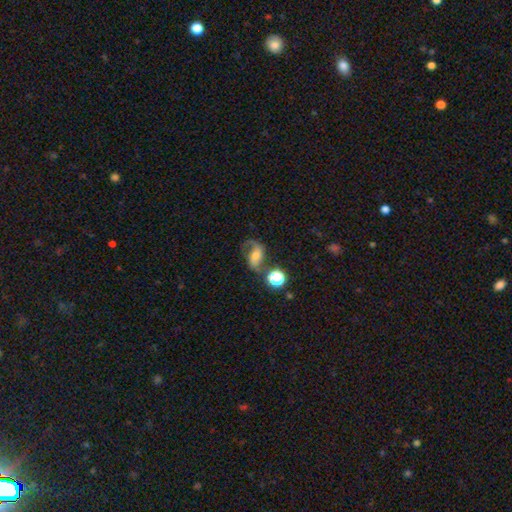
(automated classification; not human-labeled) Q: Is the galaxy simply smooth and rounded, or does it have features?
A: featured or disk — 72%.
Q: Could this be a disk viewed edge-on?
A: no — 97%.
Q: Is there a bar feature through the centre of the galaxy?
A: no — 40%.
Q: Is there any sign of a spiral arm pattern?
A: yes — 93%.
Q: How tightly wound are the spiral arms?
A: loose — 56%.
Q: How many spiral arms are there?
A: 2 — 82%.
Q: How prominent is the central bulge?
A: moderate — 55%.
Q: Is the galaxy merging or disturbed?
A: none — 56%.